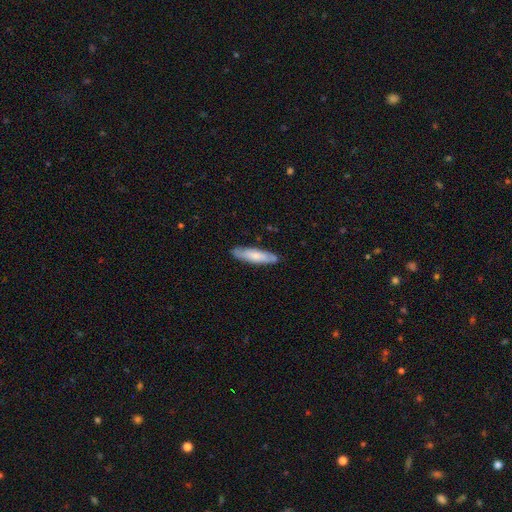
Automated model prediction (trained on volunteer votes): smooth_or_featured: smooth (p=0.65) [alt: featured or disk p=0.29]
how_rounded: cigar-shaped (p=0.73) [alt: in between p=0.25]
merging: none (p=0.83) [alt: minor disturbance p=0.13]